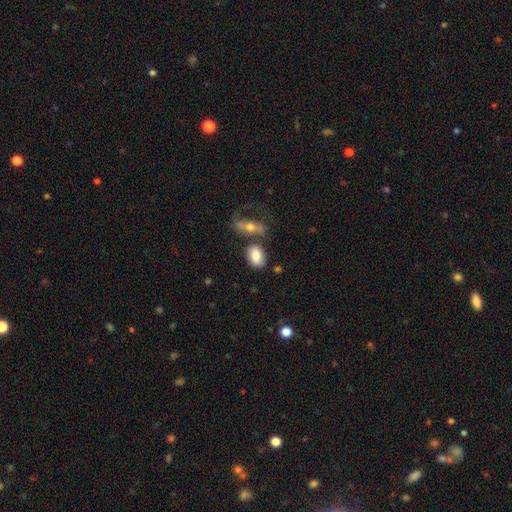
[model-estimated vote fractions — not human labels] Q: Smooth or featured?
A: smooth (81%); runner-up: featured or disk (12%)
Q: How rounded?
A: in between (84%); runner-up: round (15%)
Q: Merging?
A: none (60%); runner-up: merger (21%)